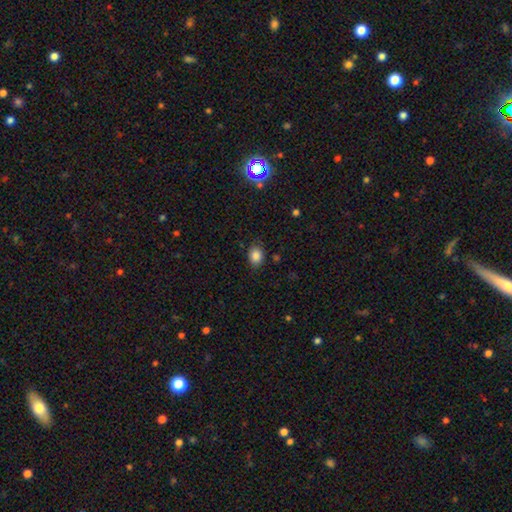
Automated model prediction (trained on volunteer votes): Smooth or featured? Predicted: smooth (p=0.85). How rounded? Predicted: in between (p=0.56). Merging? Predicted: none (p=0.82).